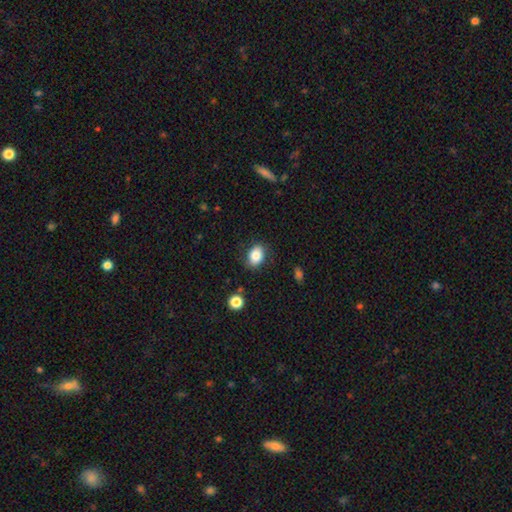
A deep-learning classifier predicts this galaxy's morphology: Smooth or featured: smooth — 83% (star or artifact — 9%)
How rounded: in between — 71% (round — 28%)
Merging: none — 82% (minor disturbance — 13%)